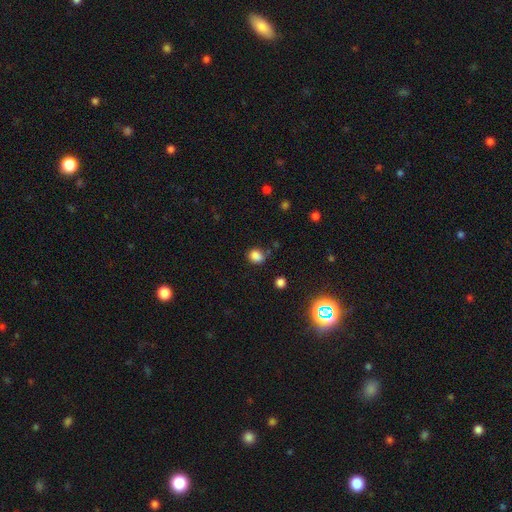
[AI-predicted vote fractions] Smooth or featured? Predicted: smooth (p=0.83). How rounded? Predicted: round (p=0.51). Merging? Predicted: none (p=0.73).